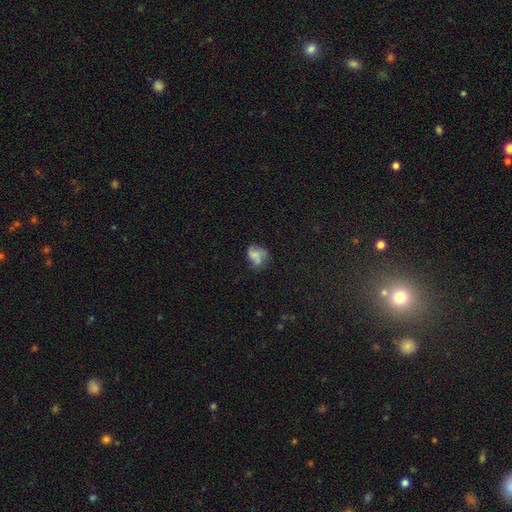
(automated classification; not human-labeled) Morphology: type=smooth (45%); merging=none (36%).